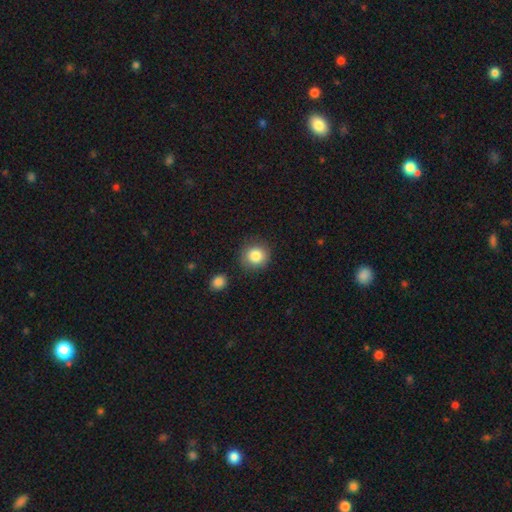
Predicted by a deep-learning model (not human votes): Smooth or featured? smooth (85%)
How rounded? round (88%)
Merging? none (83%)